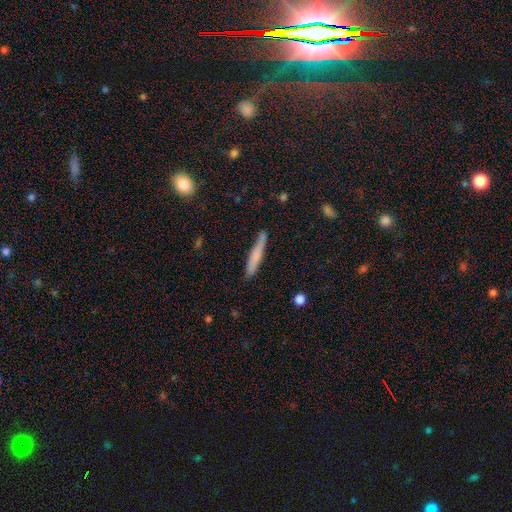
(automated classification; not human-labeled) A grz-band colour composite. It shows a smooth galaxy with no disk features (68%) that is cigar-shaped (94%). Merging: none (80%).